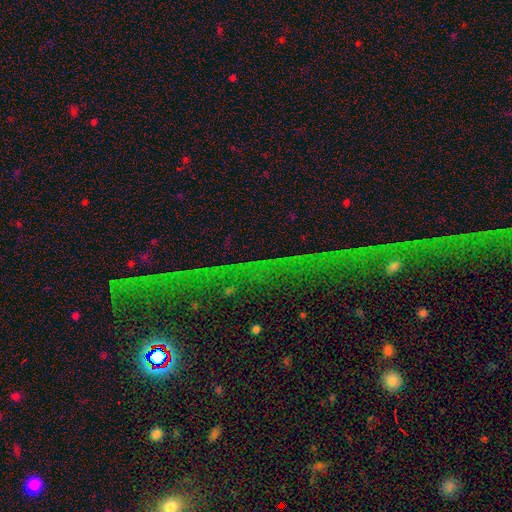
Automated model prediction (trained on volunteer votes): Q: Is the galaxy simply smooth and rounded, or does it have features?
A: star or artifact — 82%.